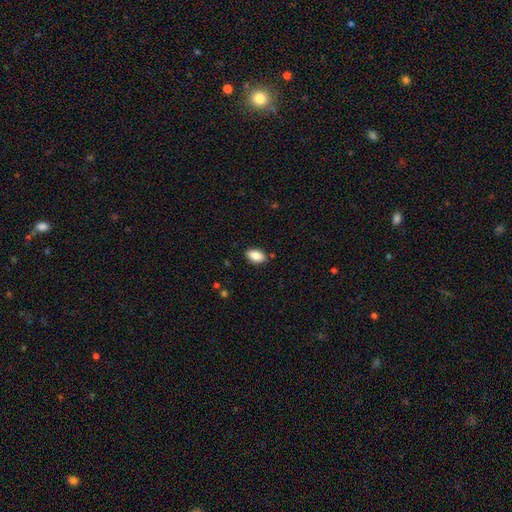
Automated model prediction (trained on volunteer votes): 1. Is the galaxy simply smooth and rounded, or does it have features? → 86% smooth, 8% star or artifact, 7% featured or disk.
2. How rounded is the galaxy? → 91% in between, 6% round, 3% cigar-shaped.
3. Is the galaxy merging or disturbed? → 87% none, 10% minor disturbance, 2% major disturbance, 1% merger.